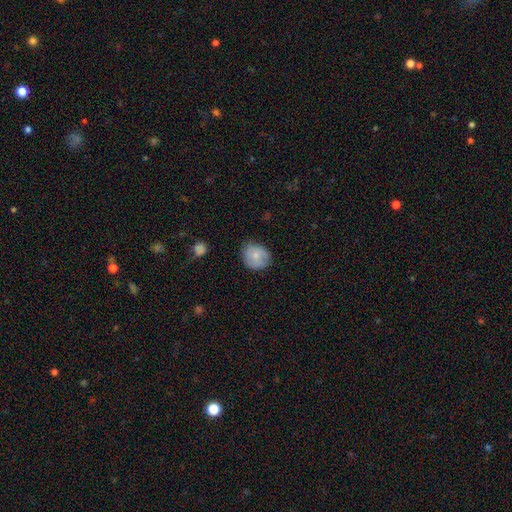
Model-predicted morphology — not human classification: type=smooth (71%); roundness=round (71%); merging=none (73%).